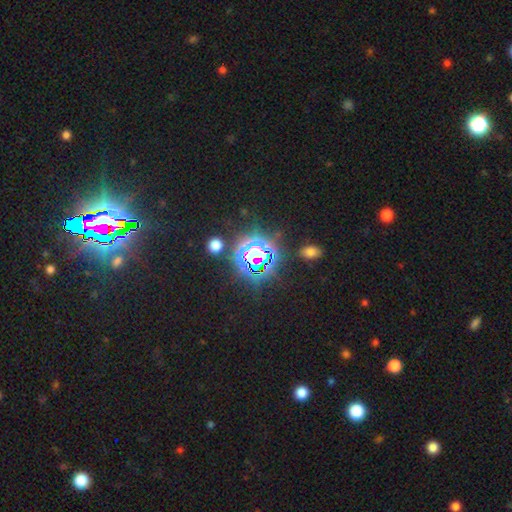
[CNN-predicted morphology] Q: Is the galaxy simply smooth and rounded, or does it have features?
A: star or artifact — 78%.